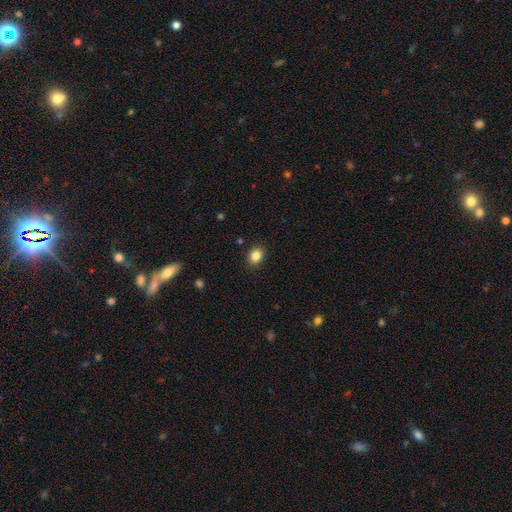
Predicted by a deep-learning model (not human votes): This appears to be a smooth galaxy with no disk features (85%) that is in between round and cigar-shaped (63%). Merging: none (88%).